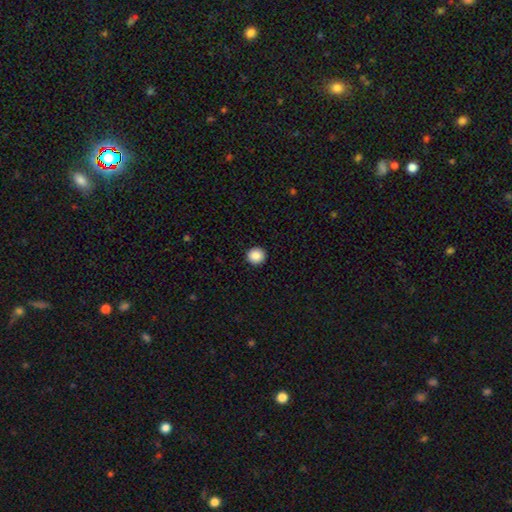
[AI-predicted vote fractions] A smooth galaxy with no disk features (88%) that is round (94%). Merging: none (93%).